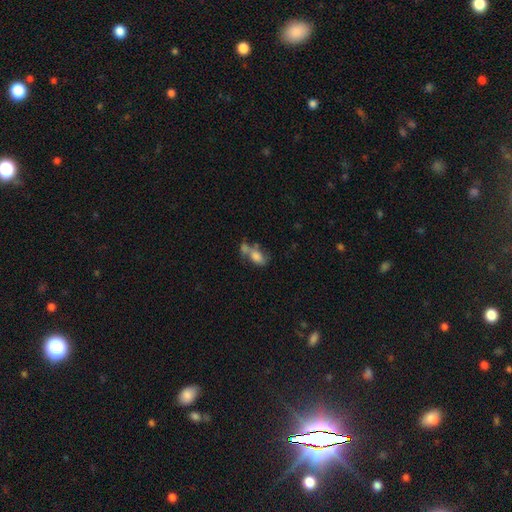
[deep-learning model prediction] smooth-or-featured: smooth: 69% | featured or disk: 20% | star or artifact: 11%
  how-rounded: in between: 85% | round: 11% | cigar-shaped: 4%
  merging: merger: 44% | none: 27% | minor disturbance: 15% | major disturbance: 14%